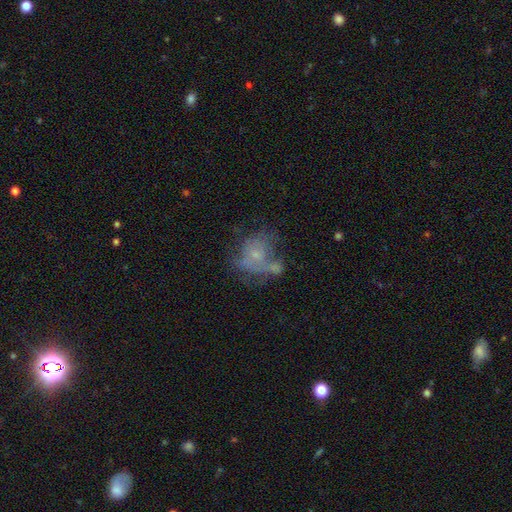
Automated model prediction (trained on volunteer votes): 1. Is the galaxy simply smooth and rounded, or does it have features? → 52% featured or disk, 35% smooth, 12% star or artifact.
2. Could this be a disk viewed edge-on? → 97% no, 3% yes.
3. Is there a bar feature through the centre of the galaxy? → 82% no, 15% weak, 3% strong.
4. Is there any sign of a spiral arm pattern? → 58% no, 42% yes.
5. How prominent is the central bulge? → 55% small, 24% moderate, 17% none, 2% large, 1% dominant.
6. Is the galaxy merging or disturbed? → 28% merger, 27% none, 27% major disturbance, 18% minor disturbance.